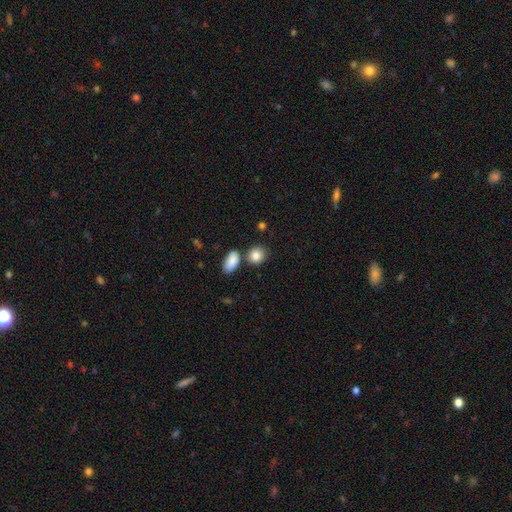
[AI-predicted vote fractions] smooth-or-featured: smooth: 86% | star or artifact: 8% | featured or disk: 6%
  how-rounded: round: 65% | in between: 33% | cigar-shaped: 2%
  merging: none: 70% | merger: 15% | minor disturbance: 11% | major disturbance: 3%